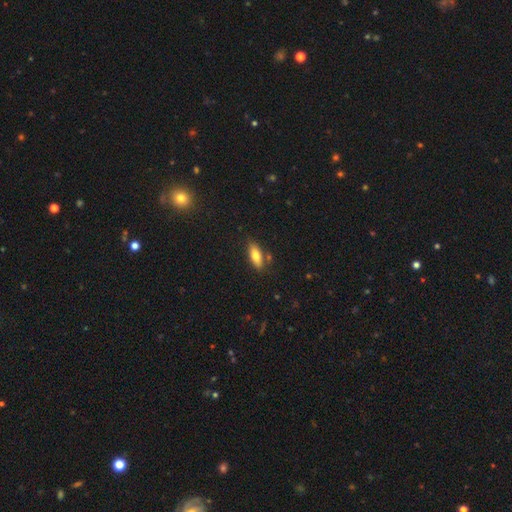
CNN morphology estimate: A smooth galaxy with no disk features (78%) that is in between round and cigar-shaped (74%). Merging: none (79%).